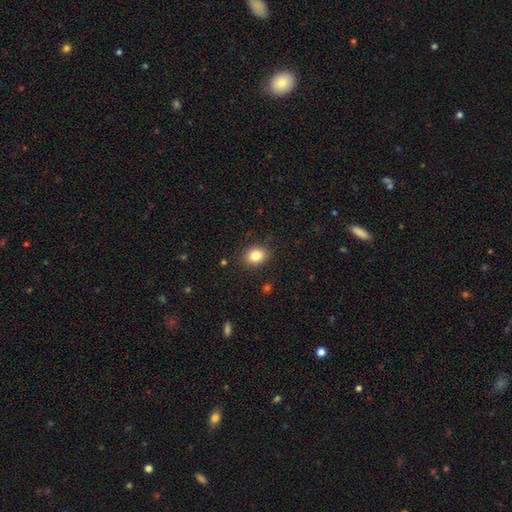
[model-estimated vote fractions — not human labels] This is clearly a smooth galaxy (84%). How rounded: possibly in between (55%). Merging: clearly none (87%).